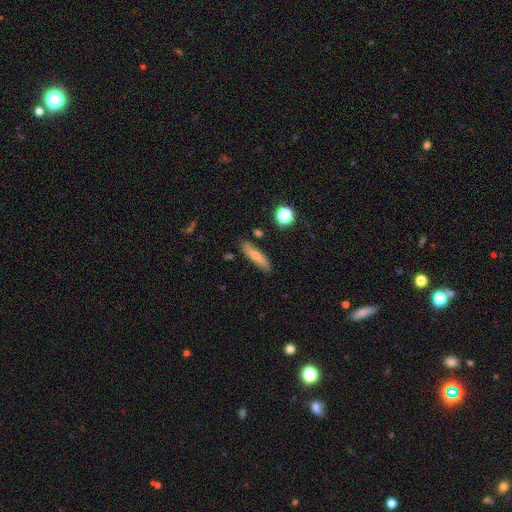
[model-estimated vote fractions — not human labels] Smooth or featured? Predicted: smooth (p=0.71). How rounded? Predicted: cigar-shaped (p=0.73). Merging? Predicted: none (p=0.81).